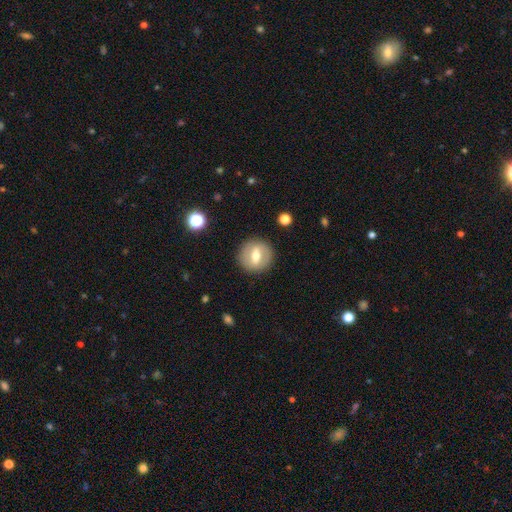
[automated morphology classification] This is possibly a smooth galaxy (47%). Merging: clearly none (87%).